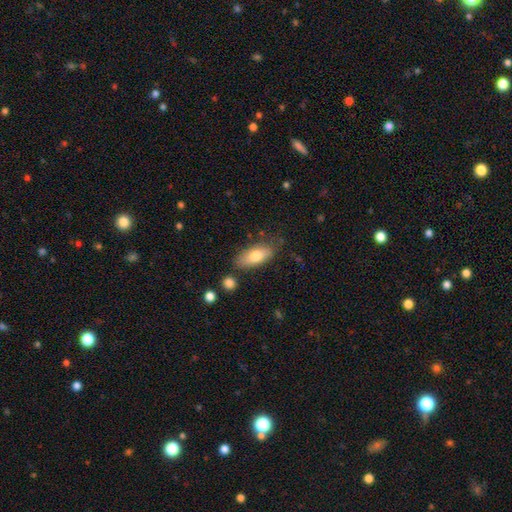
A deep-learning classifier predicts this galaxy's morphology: A smooth galaxy with no disk features (74%) that is in between round and cigar-shaped (81%). Merging: none (75%).